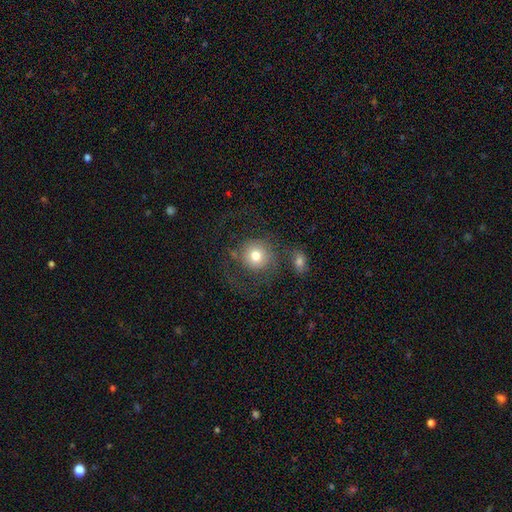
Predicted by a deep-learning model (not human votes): A smooth galaxy with no disk features (71%) that is round (90%). Merging: none (55%).